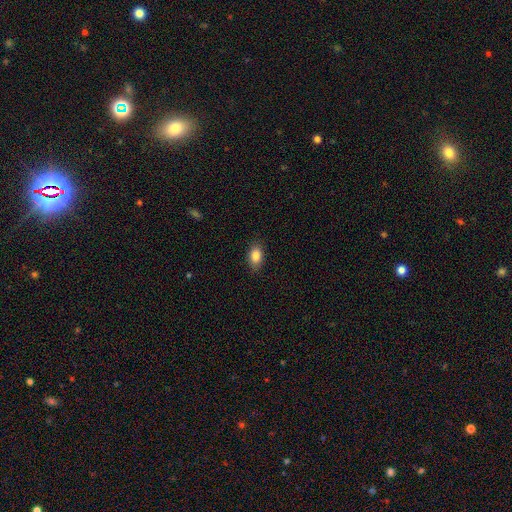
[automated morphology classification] This is clearly a smooth galaxy (85%). How rounded: clearly in between (87%). Merging: clearly none (86%).